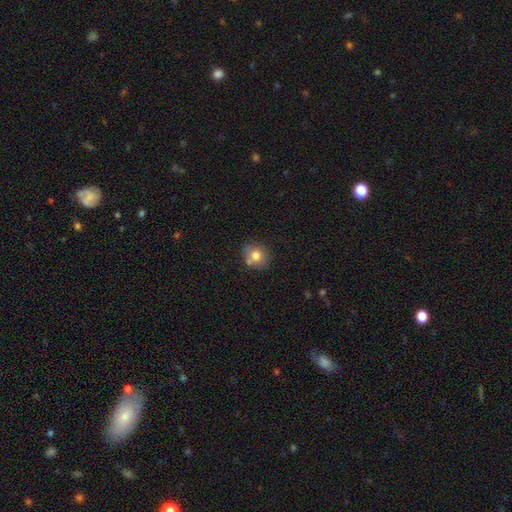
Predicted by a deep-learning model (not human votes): smooth-or-featured: smooth: 76% | featured or disk: 14% | star or artifact: 10%
  how-rounded: round: 71% | in between: 28% | cigar-shaped: 1%
  merging: none: 66% | minor disturbance: 16% | merger: 14% | major disturbance: 4%